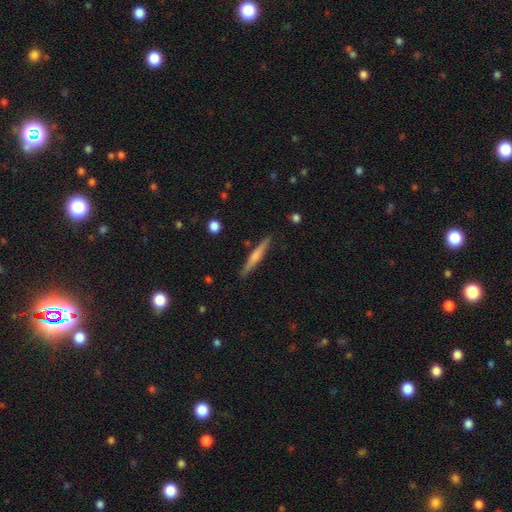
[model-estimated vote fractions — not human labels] smooth_or_featured: smooth (p=0.51) [alt: featured or disk p=0.43]
how_rounded: cigar-shaped (p=0.94) [alt: in between p=0.04]
merging: none (p=0.89) [alt: minor disturbance p=0.08]